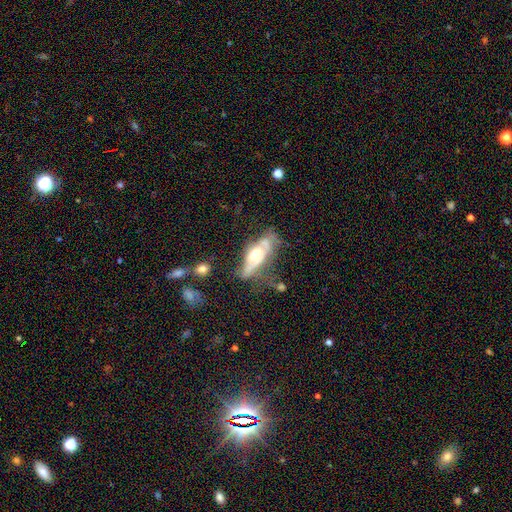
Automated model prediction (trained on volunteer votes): smooth-or-featured: featured or disk: 56% | smooth: 36% | star or artifact: 7%
  disk-edge-on: no: 66% | yes: 34%
  merging: none: 31% | major disturbance: 28% | minor disturbance: 26% | merger: 14%